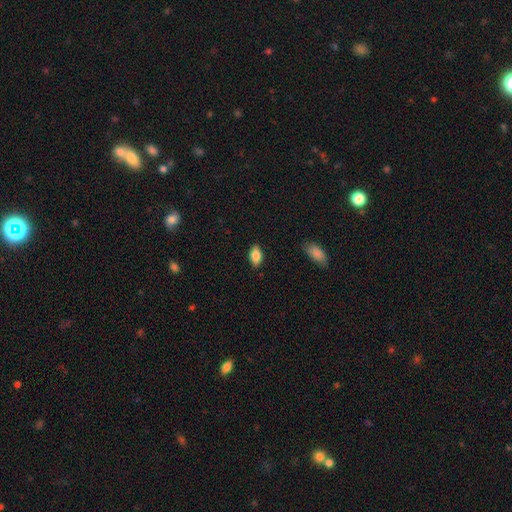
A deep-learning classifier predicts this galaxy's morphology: This is clearly a smooth galaxy (83%). How rounded: clearly in between (90%). Merging: clearly none (86%).